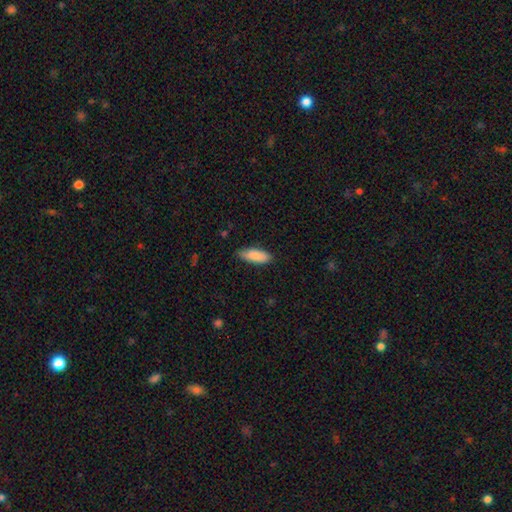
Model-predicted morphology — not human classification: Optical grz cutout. It shows a smooth galaxy with no disk features (88%) that is in between round and cigar-shaped (74%). Merging: none (80%).